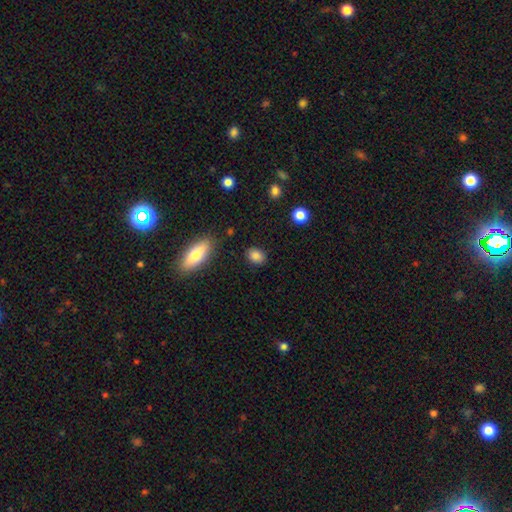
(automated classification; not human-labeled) Q: Smooth or featured?
A: smooth (85%); runner-up: star or artifact (9%)
Q: How rounded?
A: in between (68%); runner-up: round (30%)
Q: Merging?
A: none (87%); runner-up: minor disturbance (9%)